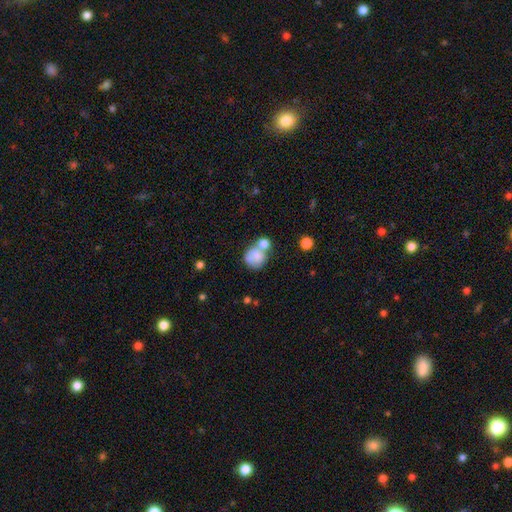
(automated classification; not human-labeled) Q: Smooth or featured?
A: smooth (73%); runner-up: featured or disk (18%)
Q: How rounded?
A: round (78%); runner-up: in between (21%)
Q: Merging?
A: none (39%); runner-up: merger (36%)